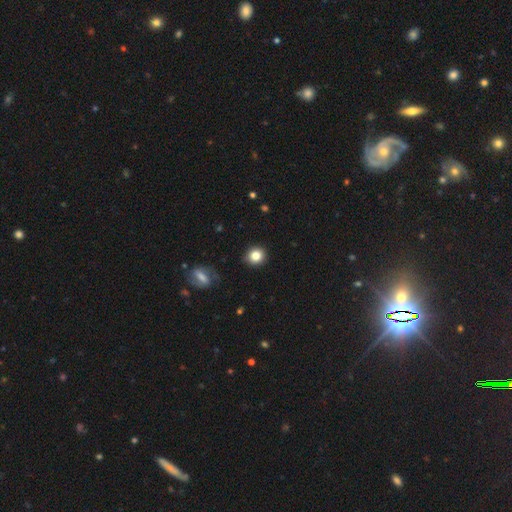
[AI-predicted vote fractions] A smooth galaxy with no disk features (83%) that is round (83%).

Vote fractions:
- Smooth or featured? smooth: 83% / star or artifact: 10% / featured or disk: 7%
- How rounded? round: 83% / in between: 16% / cigar-shaped: 1%
- Merging? none: 89% / minor disturbance: 8% / major disturbance: 2% / merger: 1%